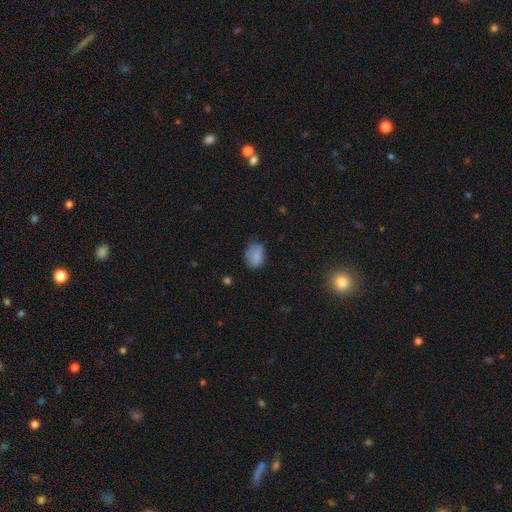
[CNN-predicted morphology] type=smooth (81%); roundness=in between (66%); merging=none (70%).